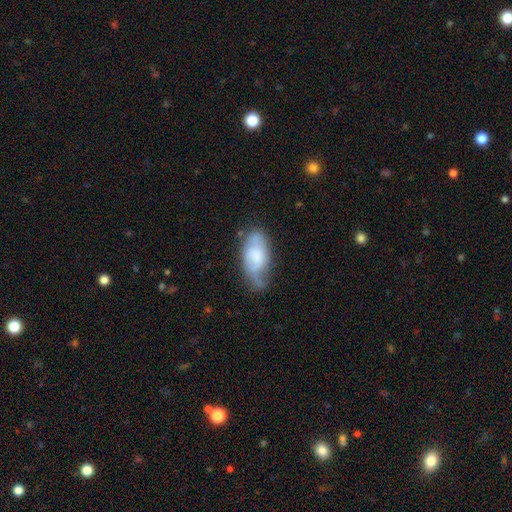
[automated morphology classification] This appears to be a smooth galaxy with no disk features (50%) that is in between round and cigar-shaped (89%). Merging: none (41%).